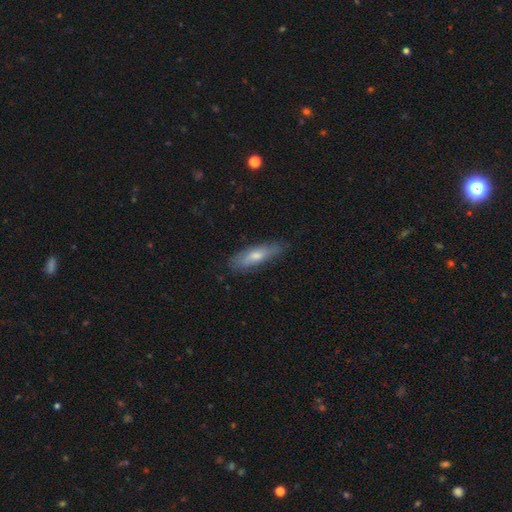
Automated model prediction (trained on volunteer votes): This is likely a smooth galaxy (61%). How rounded: likely cigar-shaped (64%). Merging: clearly none (82%).